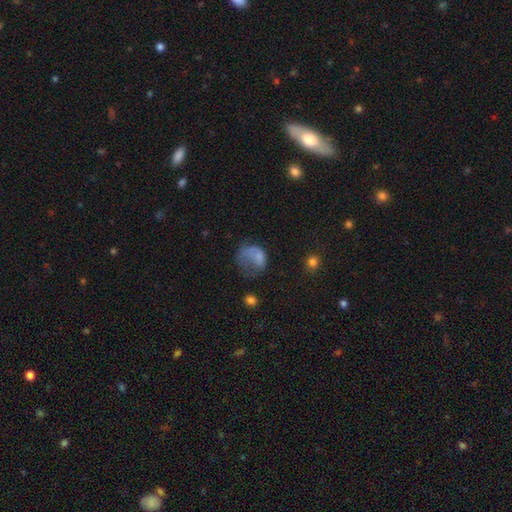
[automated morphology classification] The model was most divided on "how rounded": in between: 57%, round: 42%, cigar-shaped: 1%. More confident: smooth or featured — smooth (61%); merging — major disturbance (54%).